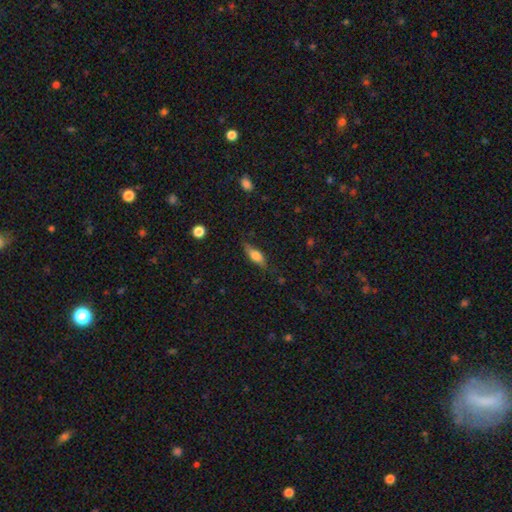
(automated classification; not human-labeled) A smooth galaxy with no disk features (63%) that is in between round and cigar-shaped (59%).

Vote fractions:
- Smooth or featured? smooth: 63% / featured or disk: 30% / star or artifact: 7%
- How rounded? in between: 59% / cigar-shaped: 37% / round: 4%
- Merging? none: 75% / minor disturbance: 19% / major disturbance: 5% / merger: 1%